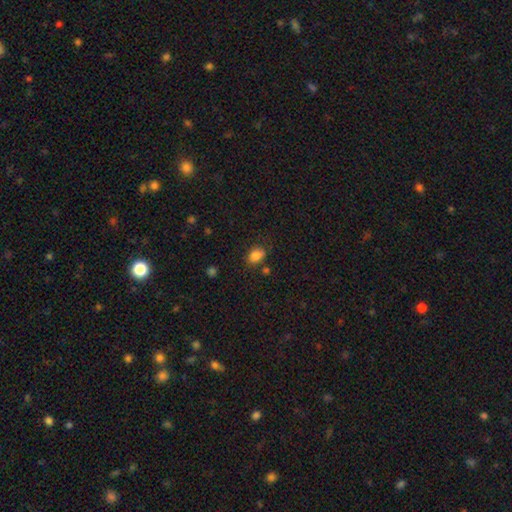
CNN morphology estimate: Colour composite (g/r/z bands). It shows a smooth galaxy with no disk features (84%) that is in between round and cigar-shaped (73%). Merging: none (71%).